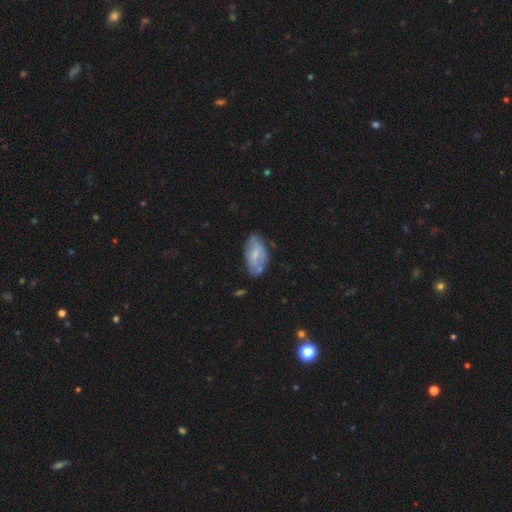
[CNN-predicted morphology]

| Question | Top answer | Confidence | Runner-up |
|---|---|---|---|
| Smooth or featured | smooth | 50% | featured or disk (44%) |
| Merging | none | 60% | minor disturbance (28%) |